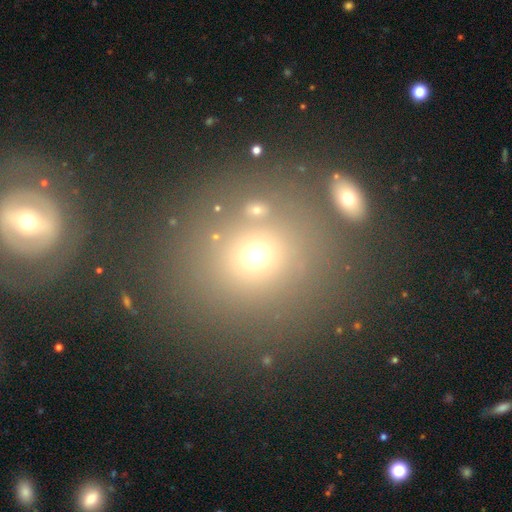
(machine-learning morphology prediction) Smooth or featured? smooth (64%)
How rounded? round (89%)
Merging? none (72%)